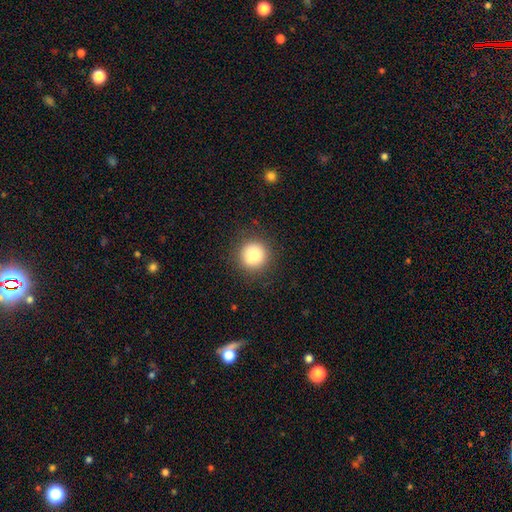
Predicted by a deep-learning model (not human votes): This is clearly a smooth galaxy (82%). How rounded: clearly round (94%). Merging: clearly none (88%).